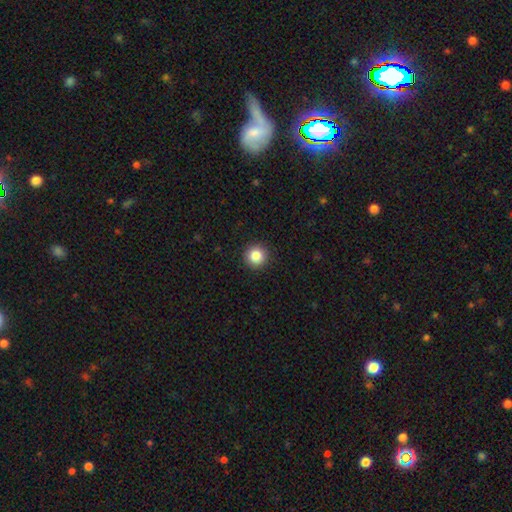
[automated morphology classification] Overall: smooth (85%). How rounded: round (95%). Merging: none (92%).